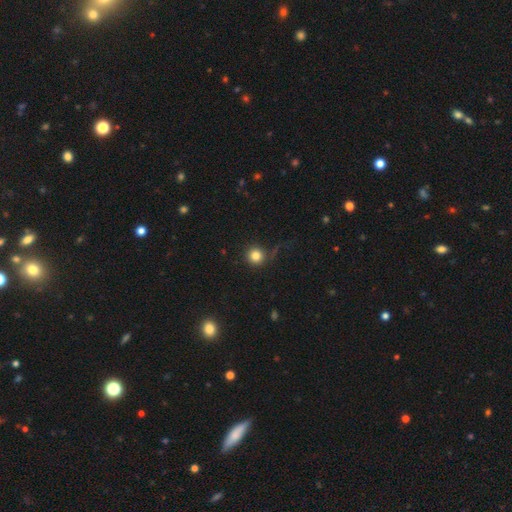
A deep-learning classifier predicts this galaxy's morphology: Smooth or featured? smooth (82%)
How rounded? round (94%)
Merging? none (75%)